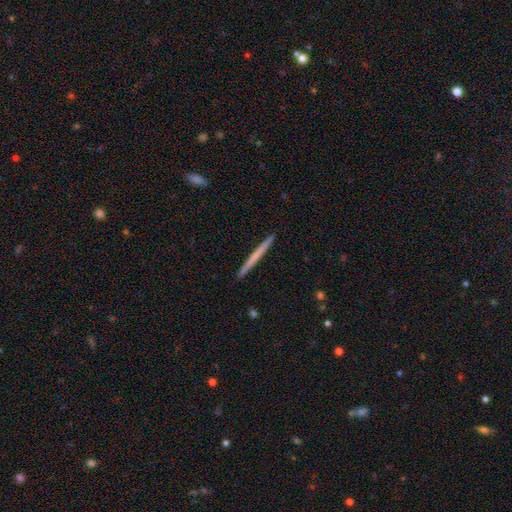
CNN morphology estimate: Smooth or featured: smooth — 54% (featured or disk — 41%)
How rounded: cigar-shaped — 97% (in between — 1%)
Merging: none — 93% (minor disturbance — 5%)